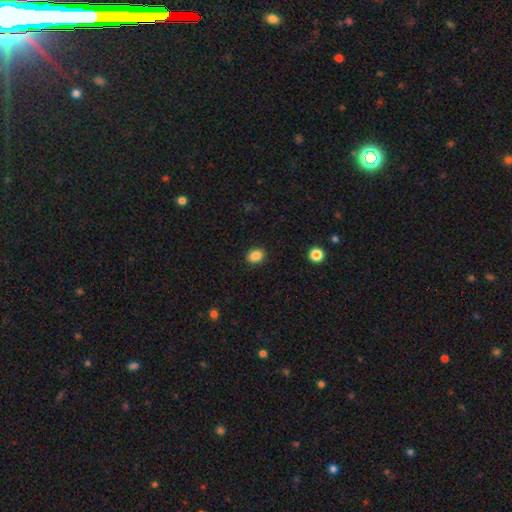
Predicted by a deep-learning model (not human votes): smooth 86%, star or artifact 9%, featured or disk 4%. Down the decision tree: how rounded — in between (60%); merging — none (89%).